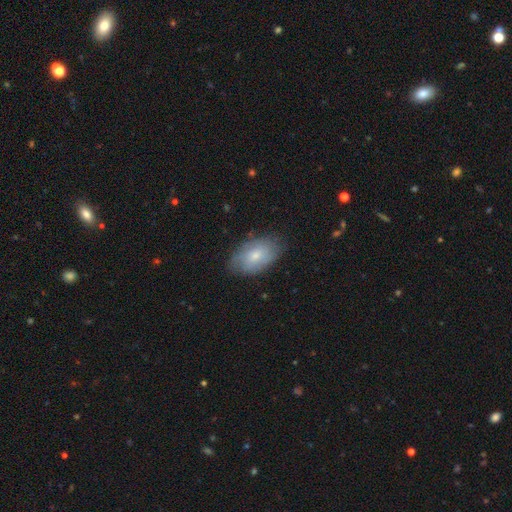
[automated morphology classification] Smooth or featured? Predicted: smooth (p=0.62). How rounded? Predicted: in between (p=0.92). Merging? Predicted: none (p=0.74).